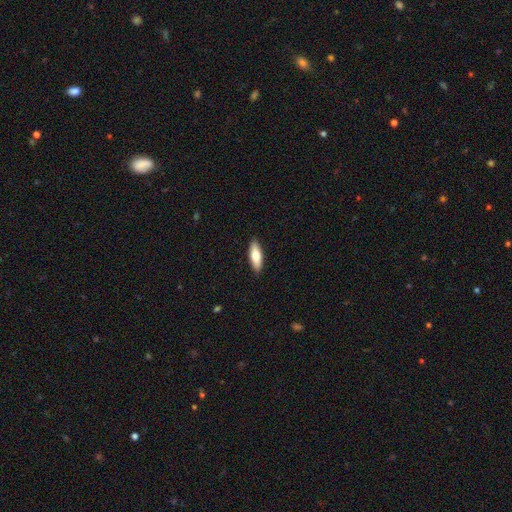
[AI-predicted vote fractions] Morphology: type=smooth (75%); roundness=in between (58%); merging=none (89%).